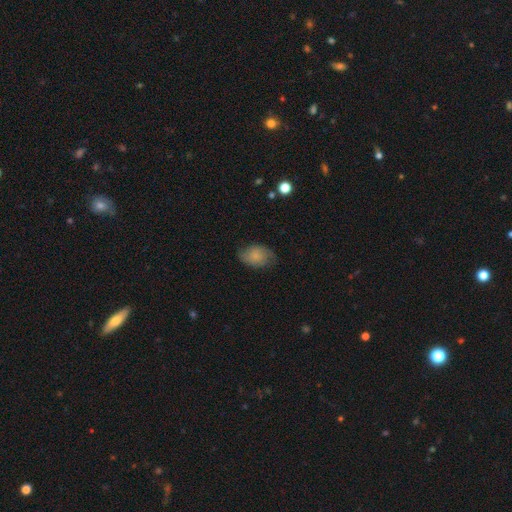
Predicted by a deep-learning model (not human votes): Morphology: type=smooth (66%); roundness=in between (83%); merging=none (69%).